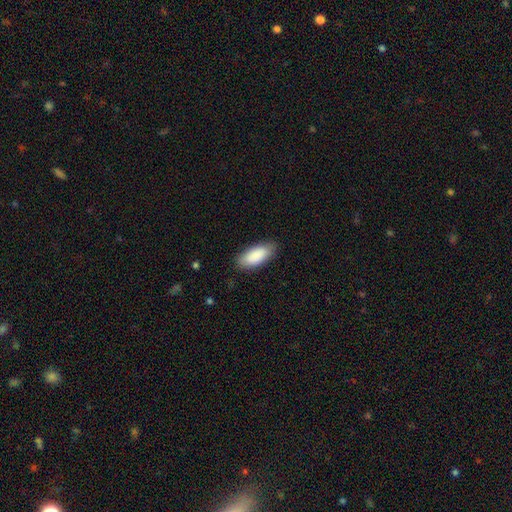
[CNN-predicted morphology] This appears to be a smooth galaxy with no disk features (89%) that is in between round and cigar-shaped (86%). Merging: none (83%).